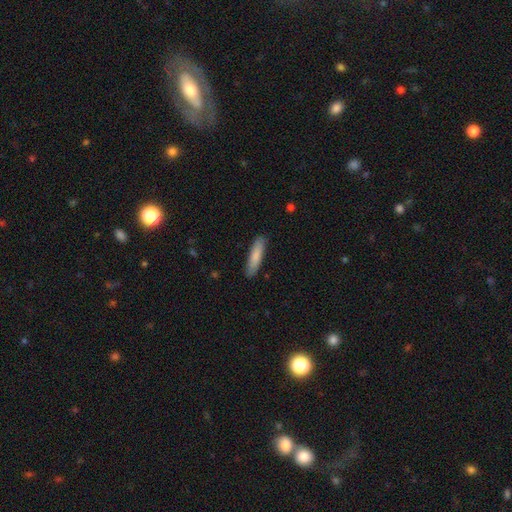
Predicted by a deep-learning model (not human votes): smooth_or_featured: smooth (p=0.83) [alt: featured or disk p=0.12]
how_rounded: cigar-shaped (p=0.77) [alt: in between p=0.22]
merging: none (p=0.86) [alt: minor disturbance p=0.11]